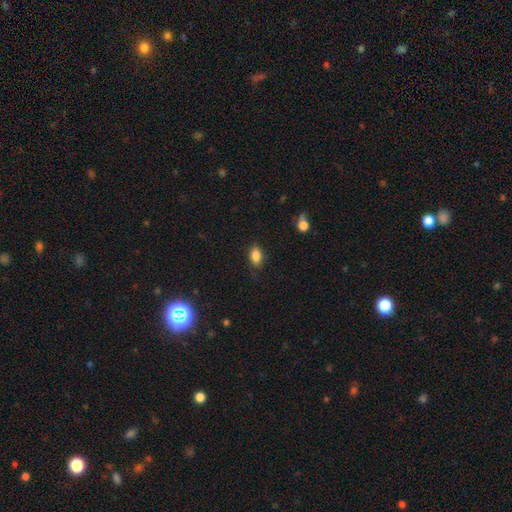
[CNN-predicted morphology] Smooth or featured? smooth (86%)
How rounded? in between (88%)
Merging? none (83%)